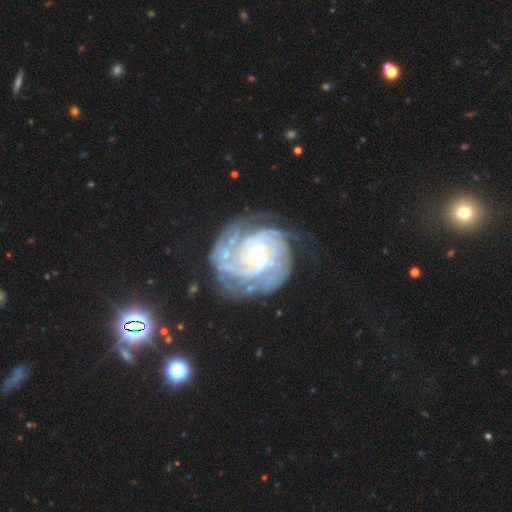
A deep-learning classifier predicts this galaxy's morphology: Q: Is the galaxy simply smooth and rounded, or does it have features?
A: featured or disk — 89%.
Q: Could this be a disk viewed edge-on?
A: no — 98%.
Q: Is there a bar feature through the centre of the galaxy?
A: no — 68%.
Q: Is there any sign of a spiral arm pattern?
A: yes — 97%.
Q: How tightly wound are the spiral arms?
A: tight — 75%.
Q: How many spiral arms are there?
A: can't tell — 27%.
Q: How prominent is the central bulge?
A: small — 71%.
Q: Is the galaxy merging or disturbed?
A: none — 68%.